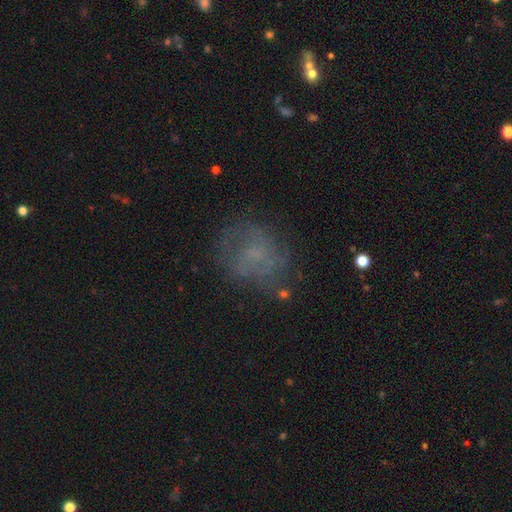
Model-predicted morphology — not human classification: A featured or disk galaxy (43%). Merging: none (65%).